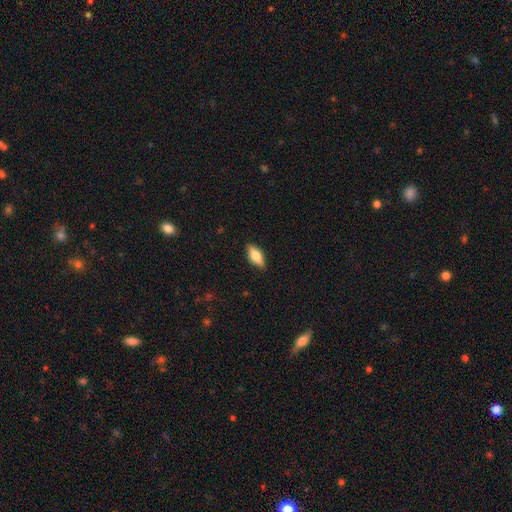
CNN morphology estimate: Smooth or featured? smooth (58%)
How rounded? in between (73%)
Merging? none (88%)